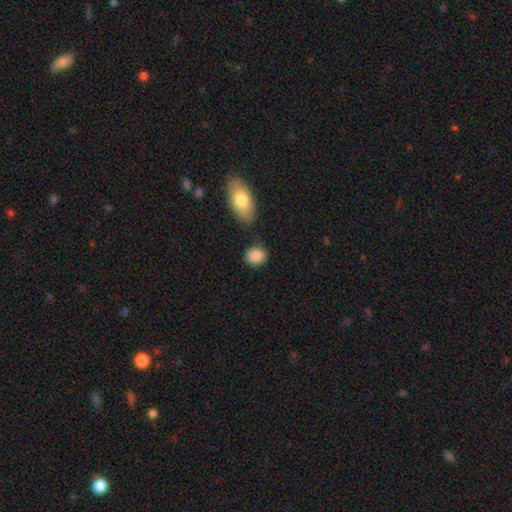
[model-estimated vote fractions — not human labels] The model was most divided on "how rounded": round: 63%, in between: 36%, cigar-shaped: 2%. More confident: smooth or featured — smooth (88%); merging — none (76%).